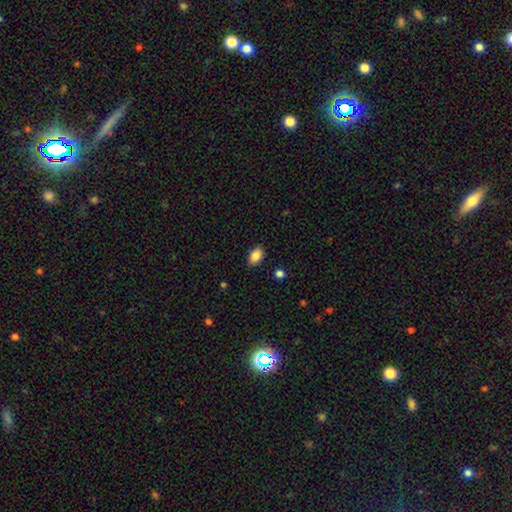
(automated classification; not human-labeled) smooth 86%, star or artifact 8%, featured or disk 6%. Down the decision tree: how rounded — in between (85%); merging — none (87%).